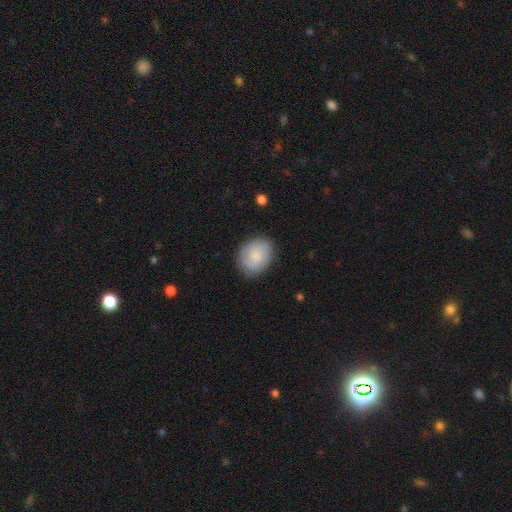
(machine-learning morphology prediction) Smooth or featured: smooth — 70% (featured or disk — 23%)
How rounded: in between — 54% (round — 45%)
Merging: none — 82% (minor disturbance — 13%)